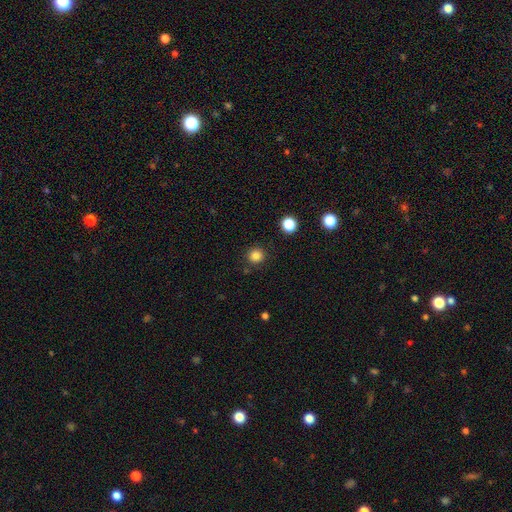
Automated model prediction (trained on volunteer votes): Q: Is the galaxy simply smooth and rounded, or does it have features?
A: smooth — 84%.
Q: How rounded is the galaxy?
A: round — 94%.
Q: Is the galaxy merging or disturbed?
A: none — 89%.